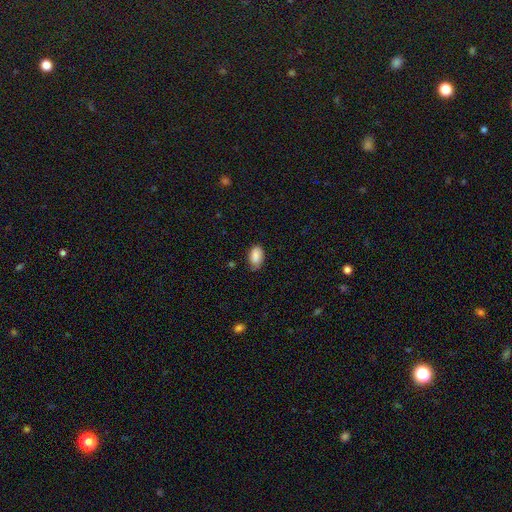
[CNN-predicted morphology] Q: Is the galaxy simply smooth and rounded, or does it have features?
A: smooth — 86%.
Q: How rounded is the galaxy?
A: in between — 92%.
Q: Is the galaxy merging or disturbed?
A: none — 66%.